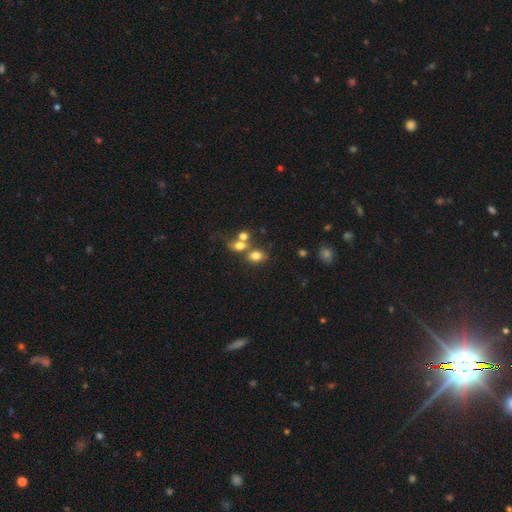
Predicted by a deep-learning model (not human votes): smooth-or-featured: smooth: 75% | star or artifact: 13% | featured or disk: 12%
  how-rounded: in between: 60% | round: 39% | cigar-shaped: 2%
  merging: none: 43% | merger: 38% | minor disturbance: 12% | major disturbance: 7%